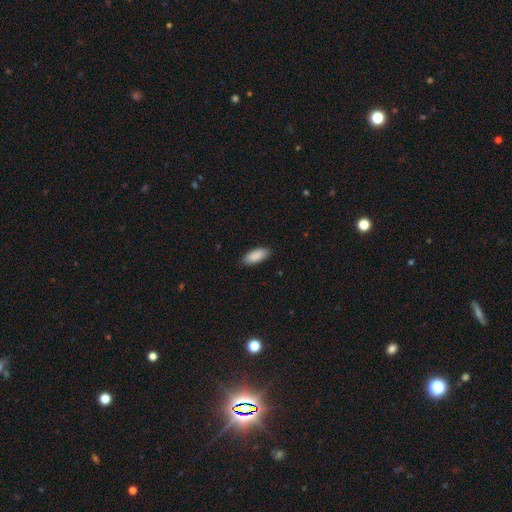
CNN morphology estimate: Smooth or featured?
  - smooth: 91% *
  - star or artifact: 6%
  - featured or disk: 4%
How rounded?
  - in between: 89% *
  - cigar-shaped: 10%
  - round: 2%
Merging?
  - none: 87% *
  - minor disturbance: 10%
  - major disturbance: 2%
  - merger: 1%